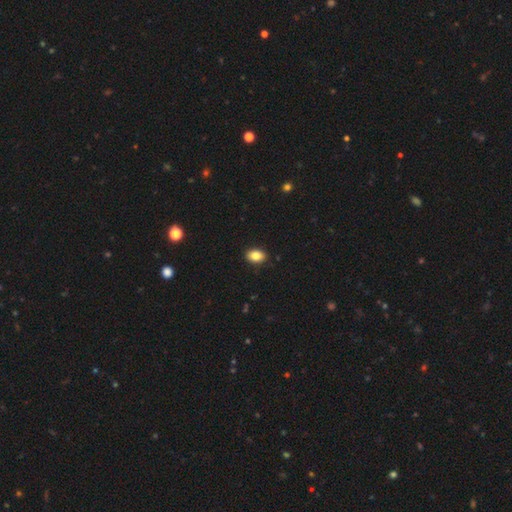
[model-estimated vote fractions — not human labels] Morphology: type=smooth (85%); roundness=in between (85%); merging=none (90%).